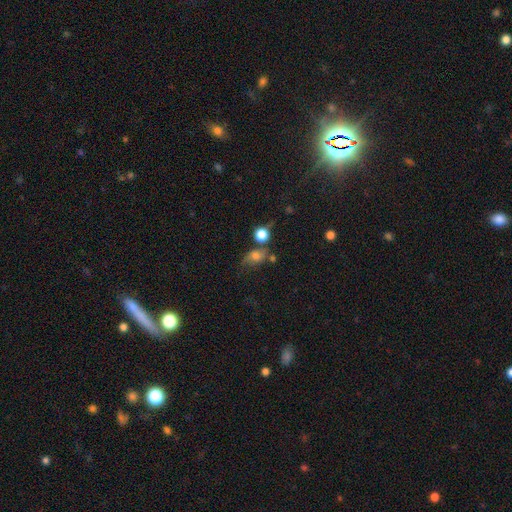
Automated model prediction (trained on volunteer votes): Smooth or featured: smooth — 63% (featured or disk — 22%)
How rounded: in between — 58% (round — 39%)
Merging: none — 42% (minor disturbance — 23%)